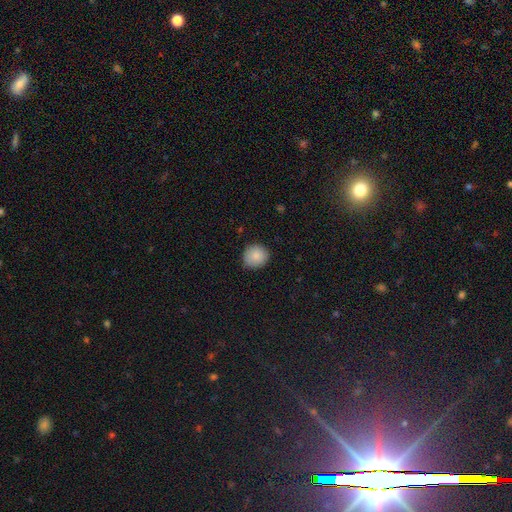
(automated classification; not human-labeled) Overall: smooth (87%). How rounded: round (88%). Merging: none (86%).